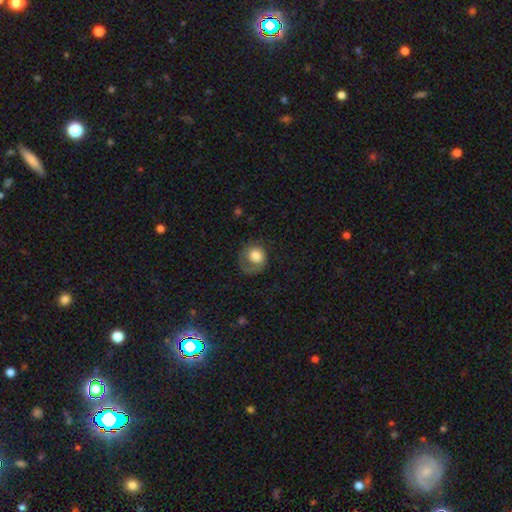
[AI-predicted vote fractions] Smooth or featured? Predicted: smooth (p=0.64). How rounded? Predicted: round (p=0.77). Merging? Predicted: none (p=0.46).